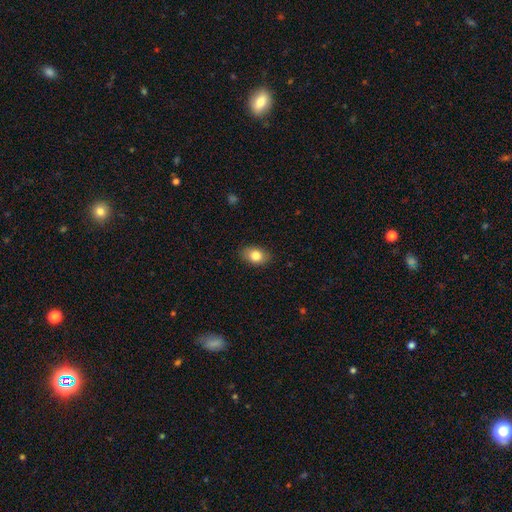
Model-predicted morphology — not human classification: Smooth or featured: smooth — 82% (featured or disk — 10%)
How rounded: in between — 80% (round — 19%)
Merging: none — 86% (minor disturbance — 11%)